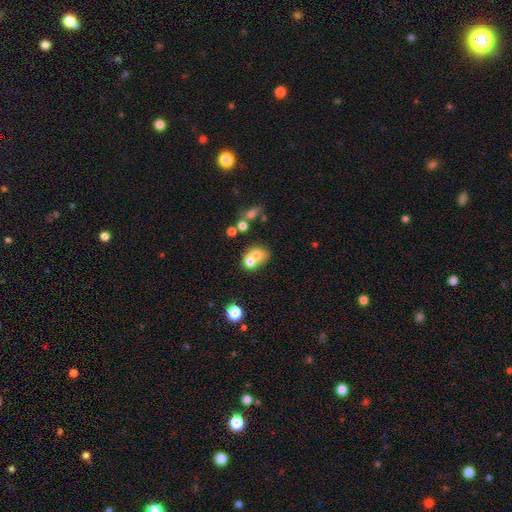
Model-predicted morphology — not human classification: smooth 67%, featured or disk 21%, star or artifact 12%. Down the decision tree: how rounded — round (55%); merging — merger (60%).